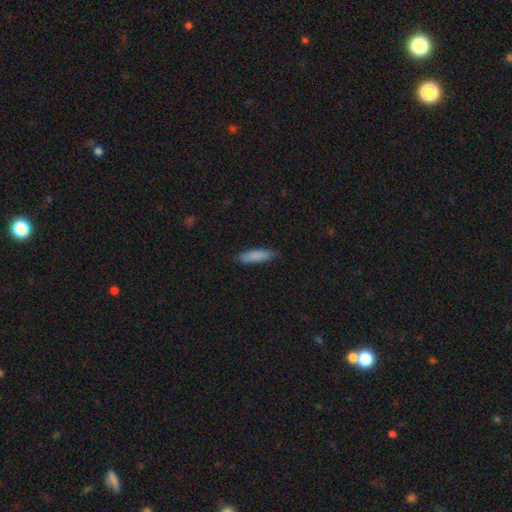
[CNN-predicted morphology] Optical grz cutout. It shows a smooth galaxy with no disk features (85%) that is cigar-shaped (61%). Merging: none (82%).